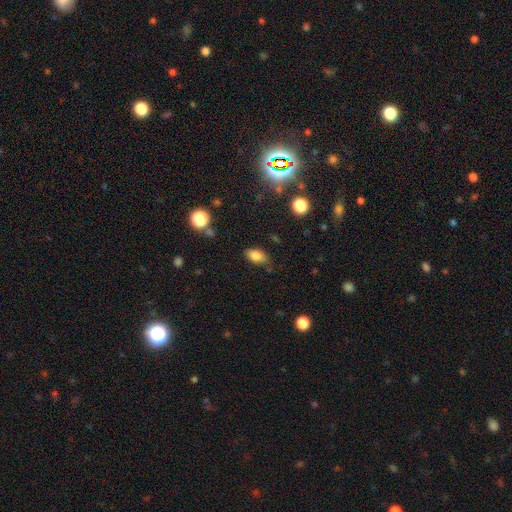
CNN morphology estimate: Q: Smooth or featured?
A: smooth (81%); runner-up: star or artifact (11%)
Q: How rounded?
A: in between (89%); runner-up: round (8%)
Q: Merging?
A: none (74%); runner-up: minor disturbance (19%)